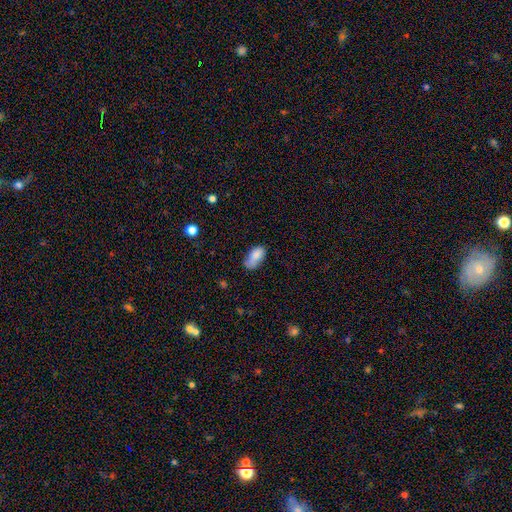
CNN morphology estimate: Smooth or featured: smooth — 81% (featured or disk — 10%)
How rounded: in between — 92% (round — 4%)
Merging: none — 48% (minor disturbance — 33%)